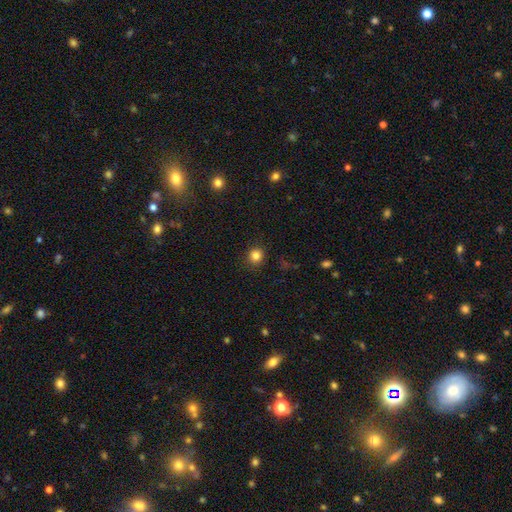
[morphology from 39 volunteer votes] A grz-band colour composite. It shows a smooth galaxy with no disk features (90%) that is round (91%). Merging: none (84%).